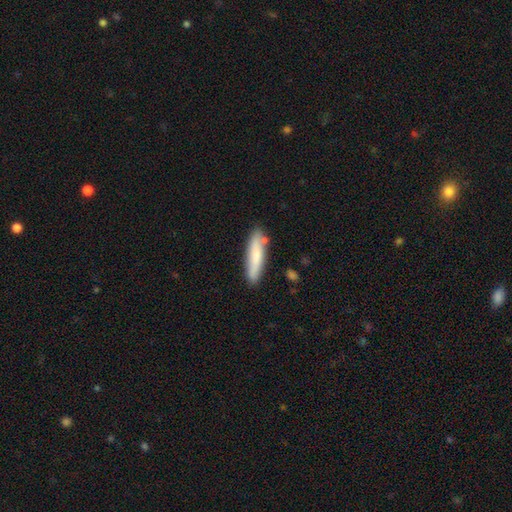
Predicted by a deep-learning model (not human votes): This is likely a smooth galaxy (76%). How rounded: clearly cigar-shaped (81%). Merging: clearly none (80%).